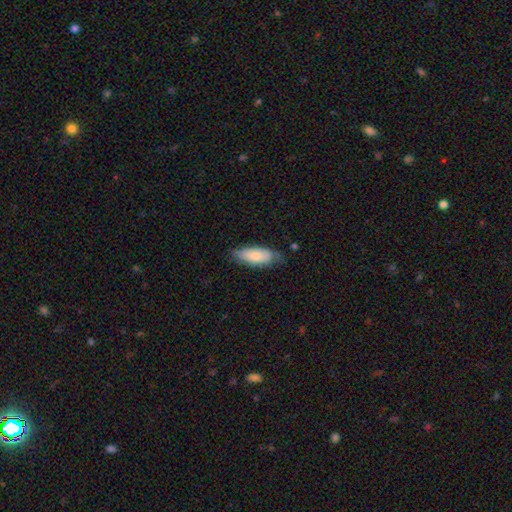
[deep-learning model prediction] This appears to be a smooth galaxy with no disk features (76%) that is in between round and cigar-shaped (78%). Merging: none (65%).